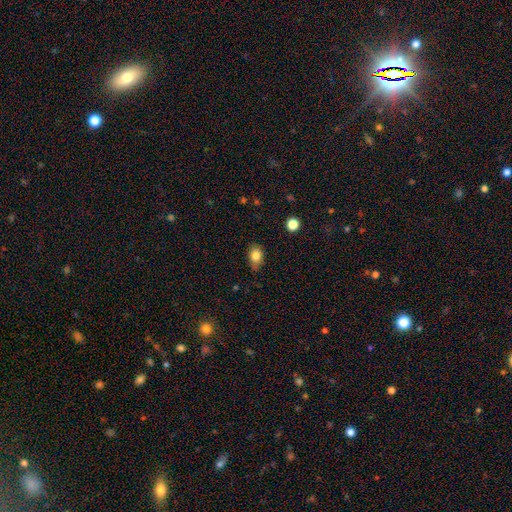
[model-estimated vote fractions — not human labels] Smooth or featured: smooth — 82% (star or artifact — 10%)
How rounded: in between — 75% (round — 23%)
Merging: none — 72% (minor disturbance — 23%)